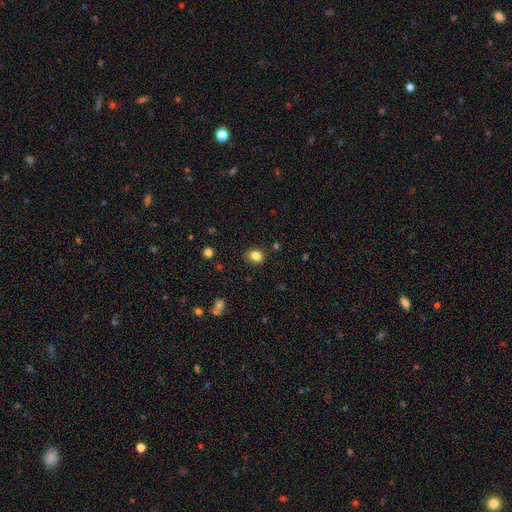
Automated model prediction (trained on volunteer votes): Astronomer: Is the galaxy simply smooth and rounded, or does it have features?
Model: smooth — 83%.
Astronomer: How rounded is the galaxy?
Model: round — 57% (runner-up: in between, 42%).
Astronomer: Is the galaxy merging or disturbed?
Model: none — 84%.